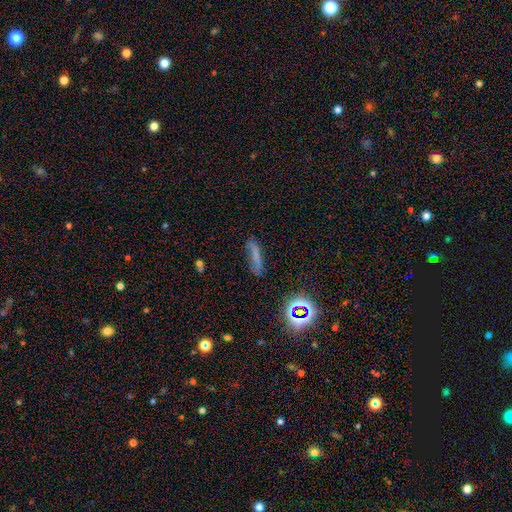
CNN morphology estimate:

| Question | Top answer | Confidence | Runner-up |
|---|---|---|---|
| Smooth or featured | smooth | 59% | star or artifact (21%) |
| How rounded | cigar-shaped | 77% | in between (19%) |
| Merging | none | 66% | minor disturbance (22%) |